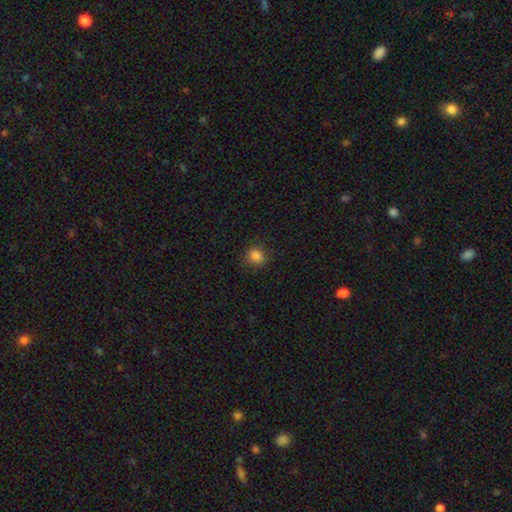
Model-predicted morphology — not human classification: Smooth or featured? Predicted: smooth (p=0.85). How rounded? Predicted: round (p=0.81). Merging? Predicted: none (p=0.83).